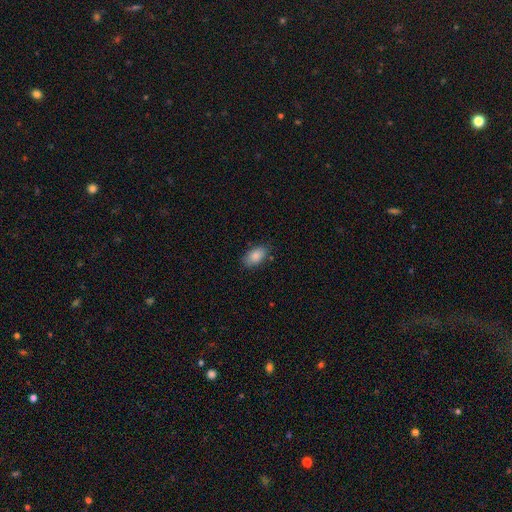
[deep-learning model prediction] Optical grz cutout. It shows a smooth galaxy with no disk features (87%) that is in between round and cigar-shaped (92%). Merging: none (81%).